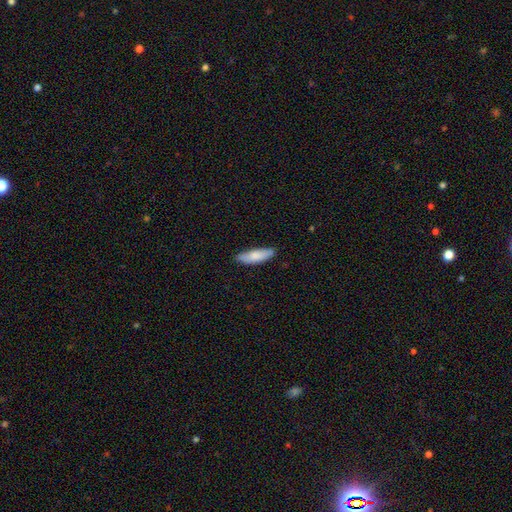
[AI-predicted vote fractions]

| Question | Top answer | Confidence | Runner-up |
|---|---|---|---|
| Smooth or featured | smooth | 81% | featured or disk (13%) |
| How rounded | cigar-shaped | 50% | in between (48%) |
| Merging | none | 81% | minor disturbance (16%) |